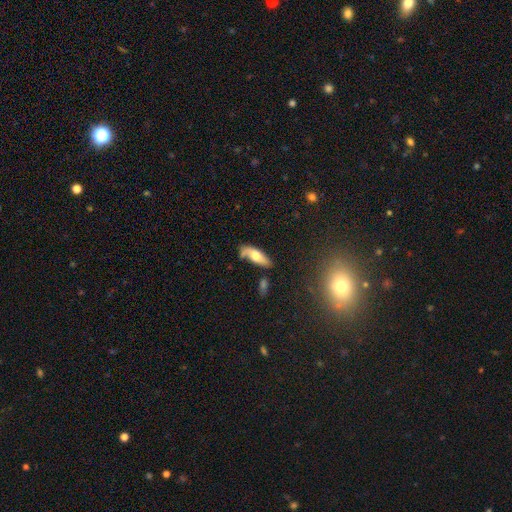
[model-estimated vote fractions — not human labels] A smooth galaxy with no disk features (56%) that is in between round and cigar-shaped (67%). Merging: none (56%).